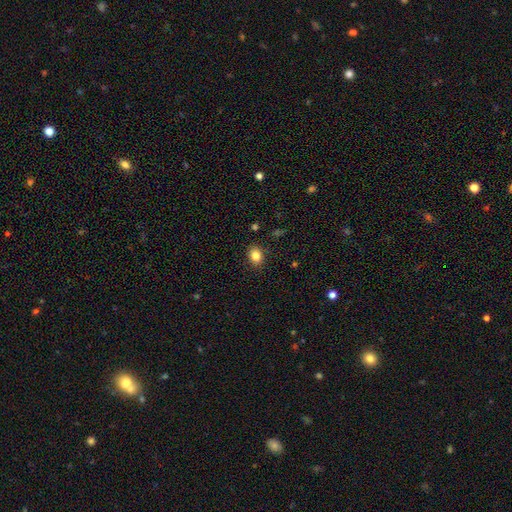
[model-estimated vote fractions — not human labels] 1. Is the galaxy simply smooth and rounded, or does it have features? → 84% smooth, 10% star or artifact, 6% featured or disk.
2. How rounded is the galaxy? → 63% in between, 36% round, 1% cigar-shaped.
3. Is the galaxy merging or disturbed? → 87% none, 9% minor disturbance, 2% major disturbance, 1% merger.